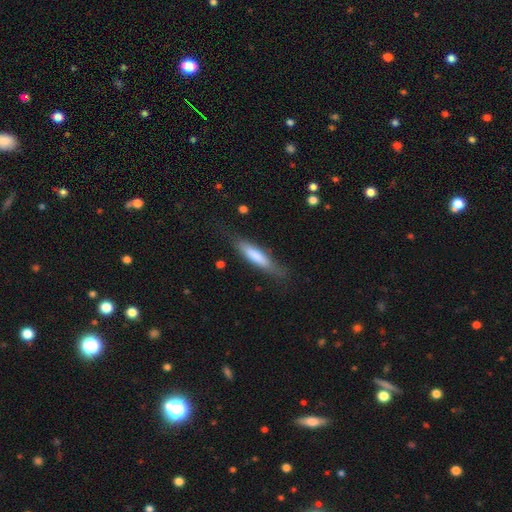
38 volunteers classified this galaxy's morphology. This appears to be a smooth galaxy with no disk features (82%) that is cigar-shaped (71%). Merging: none (63%).